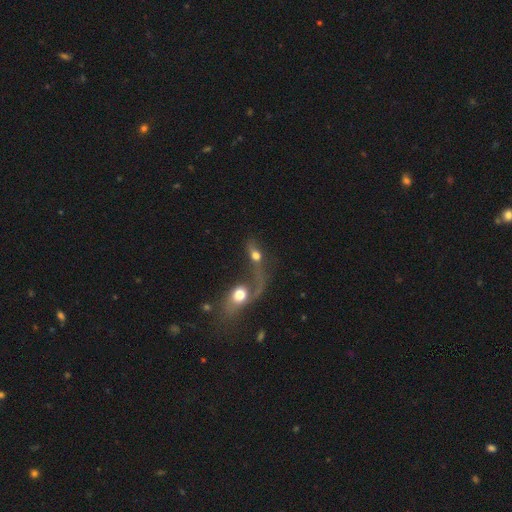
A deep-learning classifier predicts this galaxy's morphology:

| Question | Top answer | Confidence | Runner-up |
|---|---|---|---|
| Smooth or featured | smooth | 53% | featured or disk (34%) |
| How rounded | in between | 60% | round (33%) |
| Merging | merger | 64% | major disturbance (15%) |